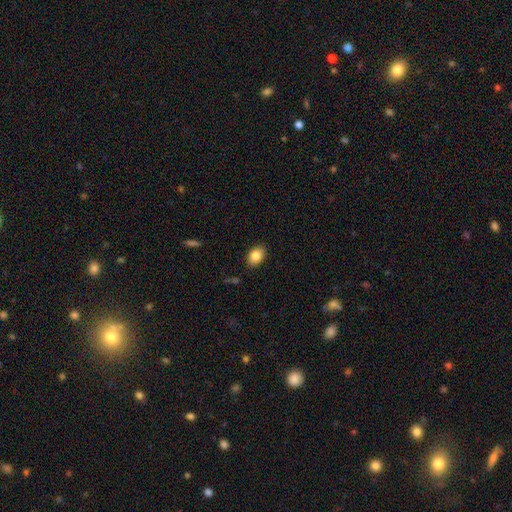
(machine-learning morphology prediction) Smooth or featured? Predicted: smooth (p=0.85). How rounded? Predicted: in between (p=0.81). Merging? Predicted: none (p=0.87).